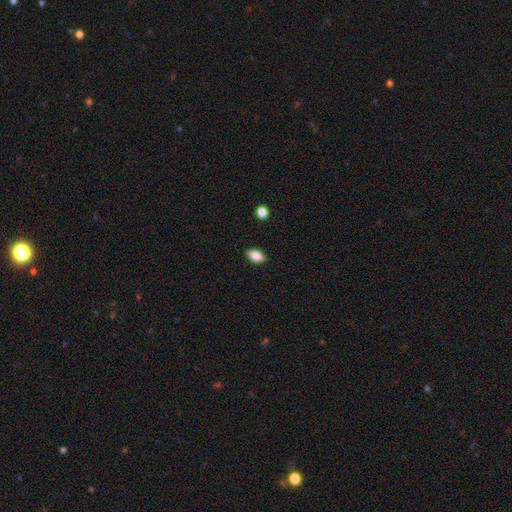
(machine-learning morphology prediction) Overall: smooth (83%). How rounded: in between (90%). Merging: none (88%).